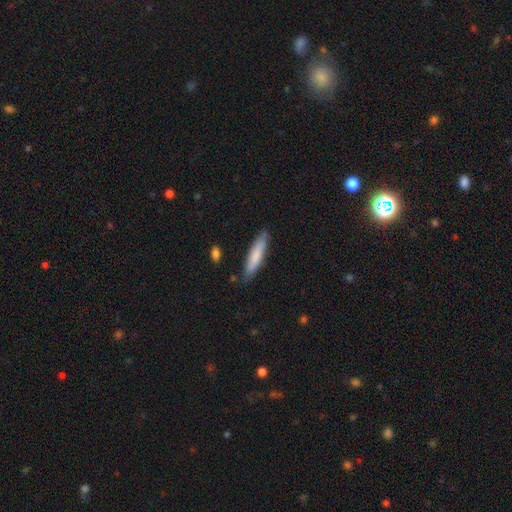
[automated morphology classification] This is likely a smooth galaxy (77%). How rounded: clearly cigar-shaped (84%). Merging: clearly none (83%).